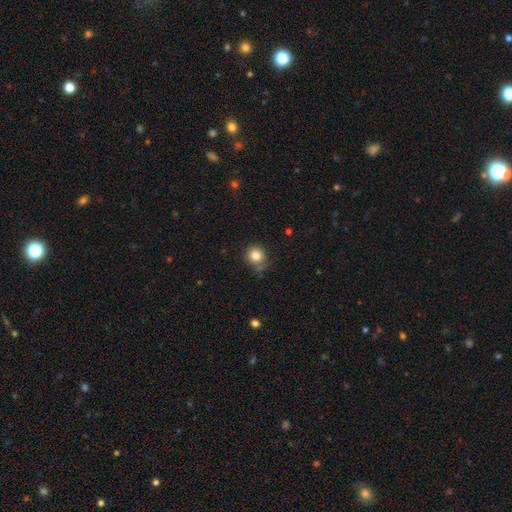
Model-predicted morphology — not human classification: Smooth or featured?
  - smooth: 83% *
  - star or artifact: 11%
  - featured or disk: 6%
How rounded?
  - round: 86% *
  - in between: 13%
  - cigar-shaped: 1%
Merging?
  - none: 73% *
  - minor disturbance: 18%
  - major disturbance: 5%
  - merger: 4%